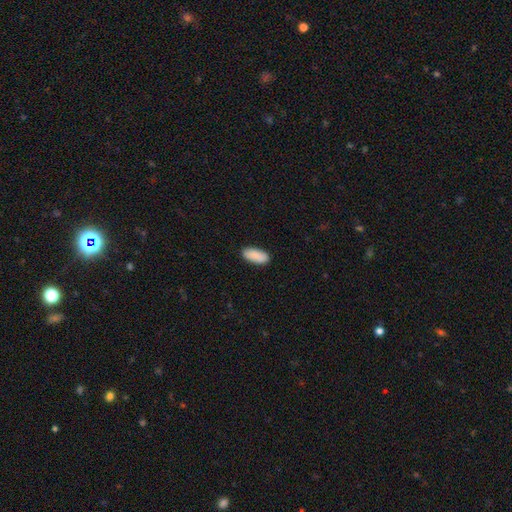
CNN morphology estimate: Smooth or featured? Predicted: smooth (p=0.91). How rounded? Predicted: in between (p=0.87). Merging? Predicted: none (p=0.88).